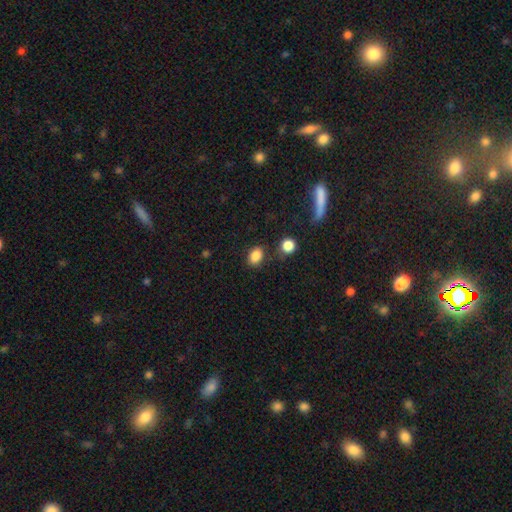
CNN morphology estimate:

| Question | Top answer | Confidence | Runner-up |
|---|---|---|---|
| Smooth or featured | smooth | 85% | star or artifact (10%) |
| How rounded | in between | 74% | round (24%) |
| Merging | none | 77% | minor disturbance (13%) |